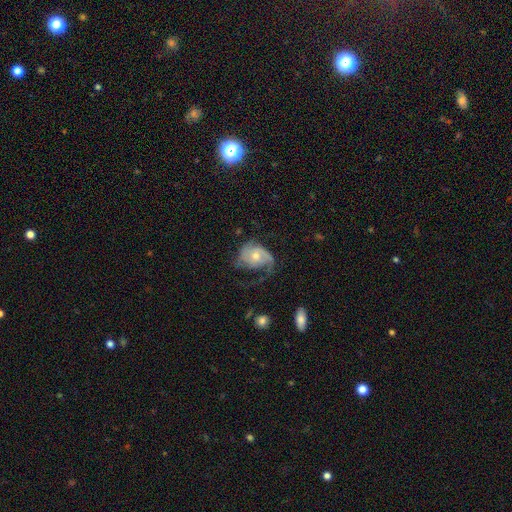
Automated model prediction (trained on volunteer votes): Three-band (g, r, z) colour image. It shows a featured or disk galaxy (70%) with no bar (72%), 2 (42%) medium (40%) spiral arms (87%) and a moderate central bulge (57%). Merging: none (39%).